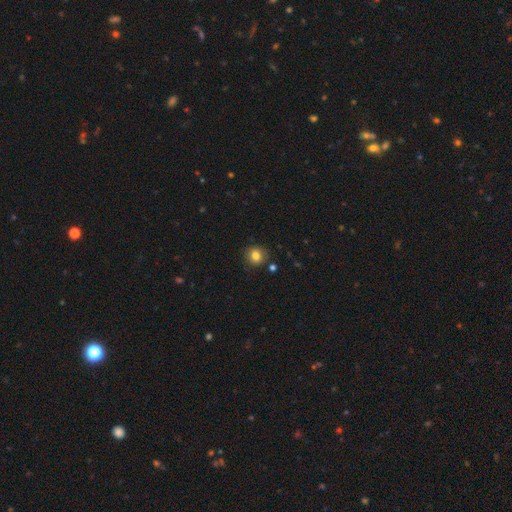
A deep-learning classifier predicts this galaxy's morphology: smooth-or-featured: smooth: 82% | star or artifact: 11% | featured or disk: 7%
  how-rounded: round: 88% | in between: 11% | cigar-shaped: 1%
  merging: none: 87% | minor disturbance: 9% | merger: 3% | major disturbance: 2%